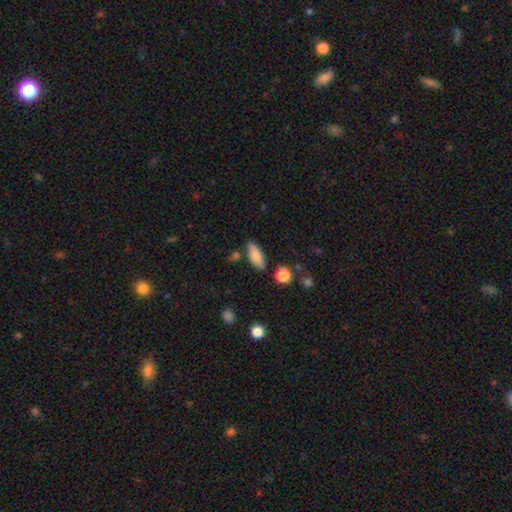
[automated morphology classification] Overall: smooth (81%). How rounded: in between (80%). Merging: none (77%).